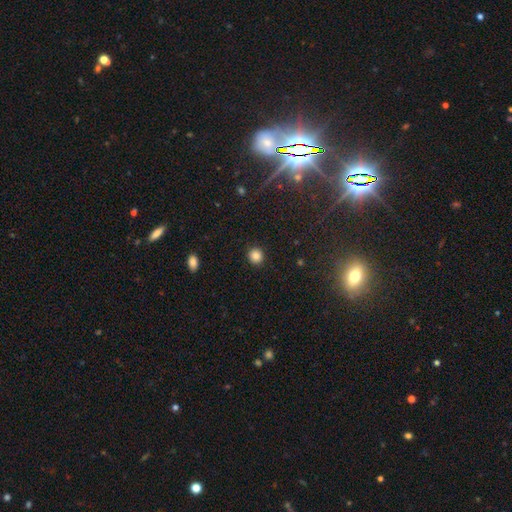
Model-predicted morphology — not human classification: The model was most divided on "smooth or featured": smooth: 85%, star or artifact: 11%, featured or disk: 4%. More confident: merging — none (91%); how rounded — round (90%).